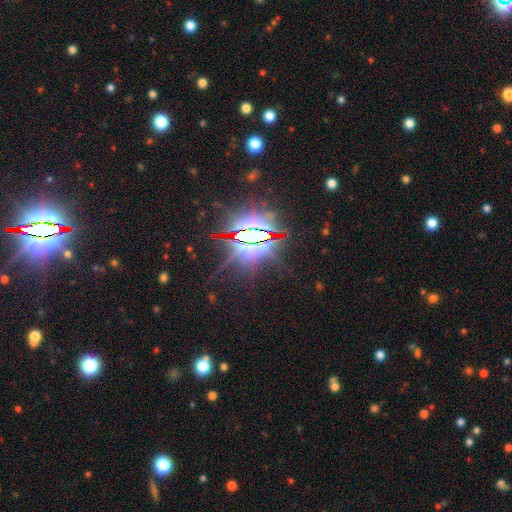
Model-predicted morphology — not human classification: Smooth or featured? Predicted: star or artifact (p=0.86).